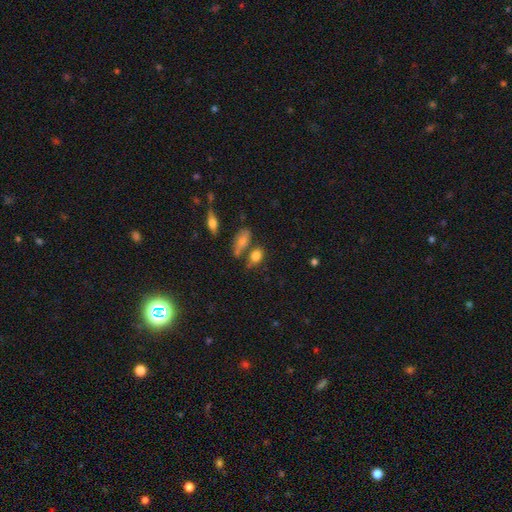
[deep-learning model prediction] Overall: smooth (80%). How rounded: in between (72%). Merging: none (56%; merger 21%).